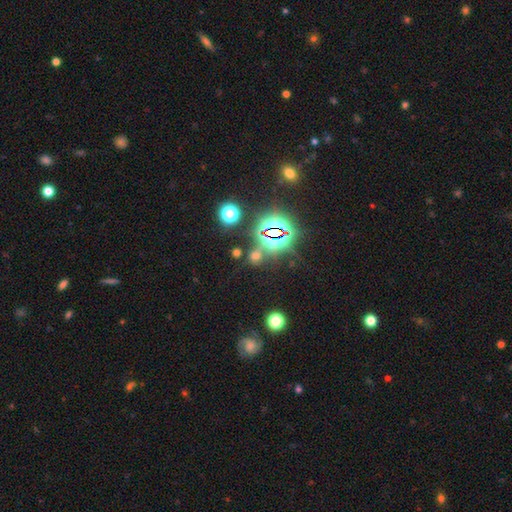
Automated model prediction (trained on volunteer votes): The model was most divided on "smooth or featured": star or artifact: 55%, smooth: 37%, featured or disk: 8%.